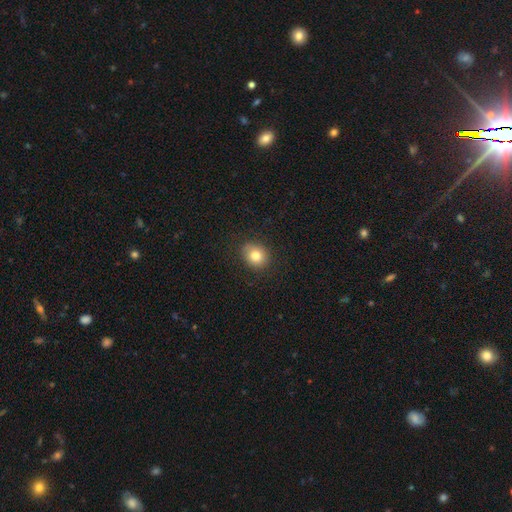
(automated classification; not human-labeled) Smooth or featured? smooth (80%)
How rounded? round (69%)
Merging? none (85%)